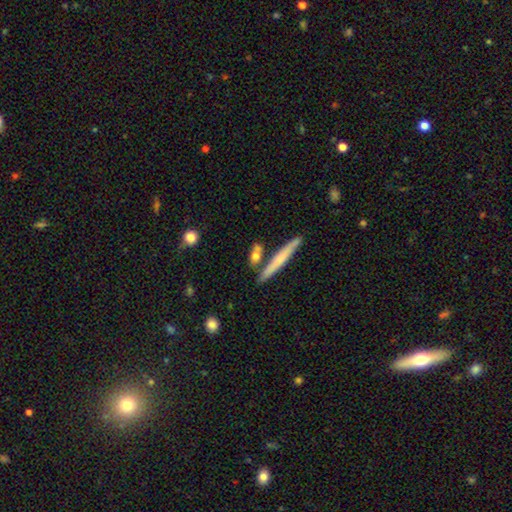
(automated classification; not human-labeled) A smooth galaxy with no disk features (68%) that is cigar-shaped (57%). Merging: none (66%).